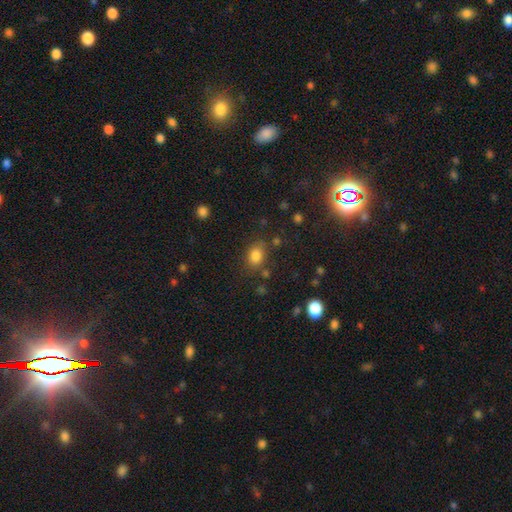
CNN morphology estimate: A smooth galaxy with no disk features (81%) that is in between round and cigar-shaped (61%). Merging: none (73%).